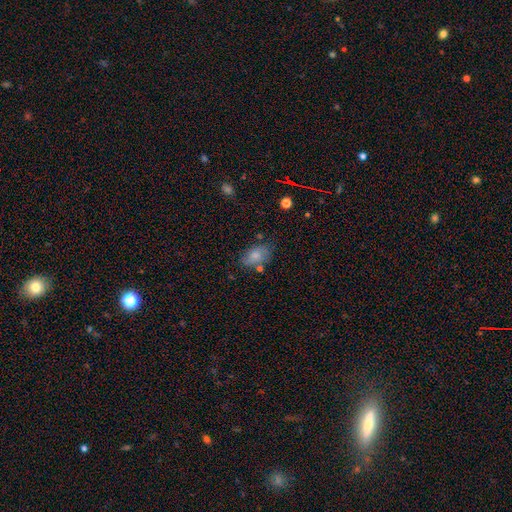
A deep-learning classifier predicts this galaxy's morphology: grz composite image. It shows a smooth galaxy with no disk features (76%) that is in between round and cigar-shaped (89%). Merging: none (59%).